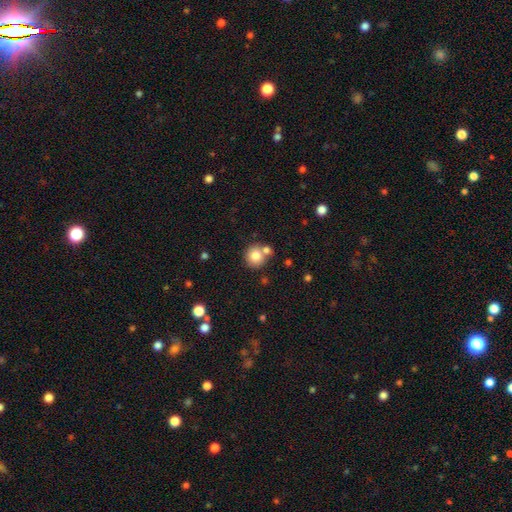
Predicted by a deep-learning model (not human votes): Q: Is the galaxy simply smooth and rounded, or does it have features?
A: smooth — 79%.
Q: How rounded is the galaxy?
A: round — 90%.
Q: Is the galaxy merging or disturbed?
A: none — 62%.